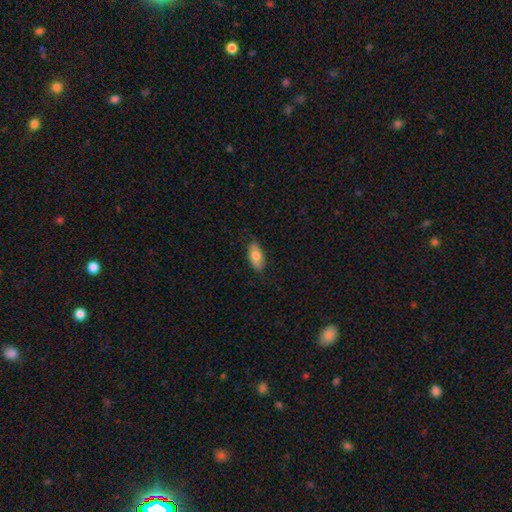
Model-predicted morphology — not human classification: Smooth or featured? Predicted: smooth (p=0.79). How rounded? Predicted: in between (p=0.90). Merging? Predicted: none (p=0.83).